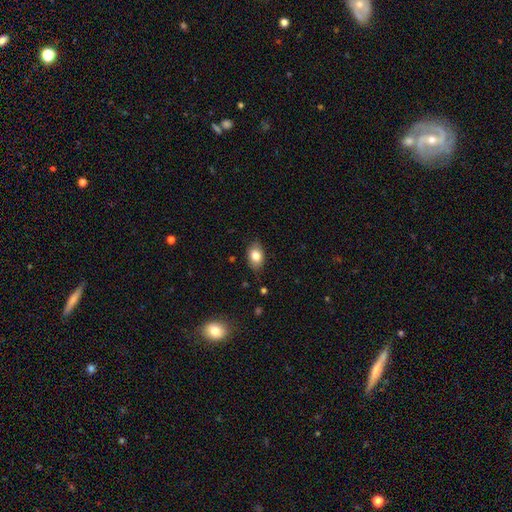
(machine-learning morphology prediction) Smooth or featured? Predicted: smooth (p=0.81). How rounded? Predicted: in between (p=0.83). Merging? Predicted: none (p=0.79).